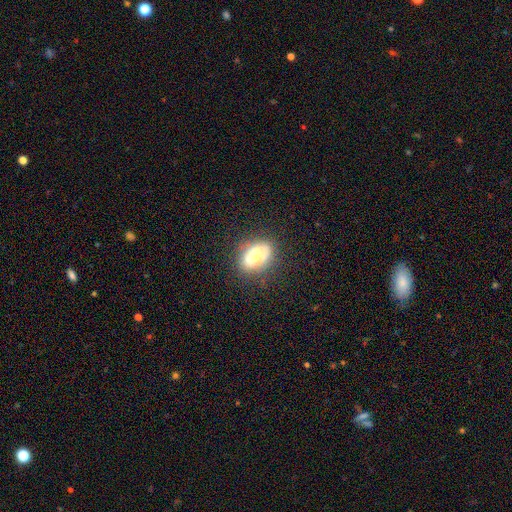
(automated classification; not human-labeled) Overall: smooth (61%; featured or disk 29%). How rounded: in between (84%). Merging: none (72%).